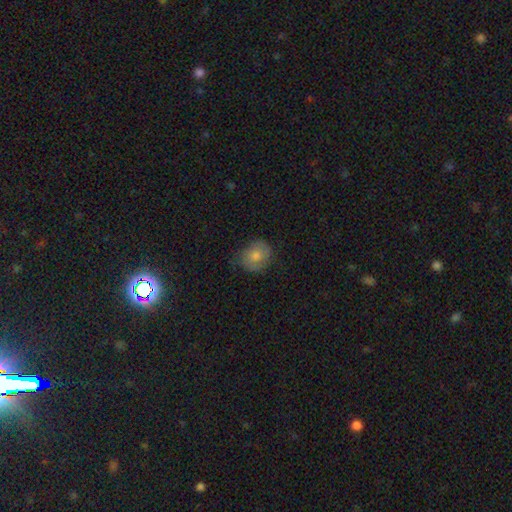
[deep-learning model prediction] Smooth or featured? Predicted: smooth (p=0.69). How rounded? Predicted: round (p=0.64). Merging? Predicted: none (p=0.69).